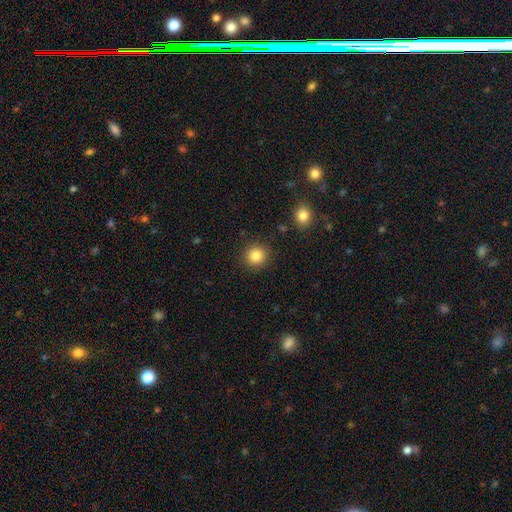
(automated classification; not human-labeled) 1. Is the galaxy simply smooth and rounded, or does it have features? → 85% smooth, 10% star or artifact, 4% featured or disk.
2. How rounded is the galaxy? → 92% round, 7% in between, 1% cigar-shaped.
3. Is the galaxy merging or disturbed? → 89% none, 6% minor disturbance, 2% major disturbance, 2% merger.